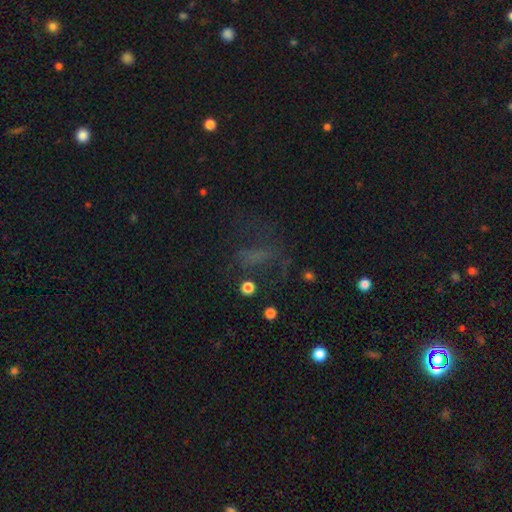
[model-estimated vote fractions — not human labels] smooth-or-featured: smooth: 39% | star or artifact: 34% | featured or disk: 27%
  merging: none: 49% | major disturbance: 30% | minor disturbance: 18% | merger: 3%